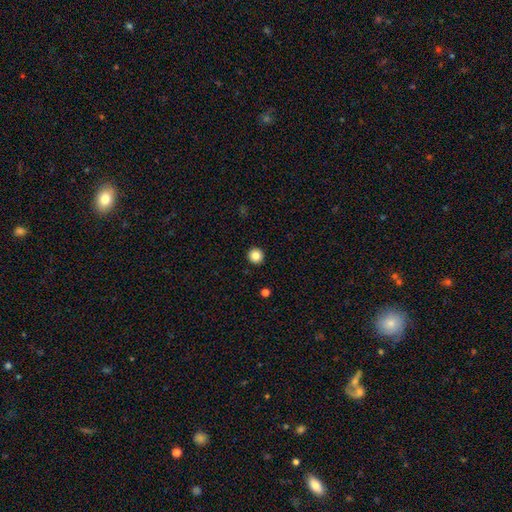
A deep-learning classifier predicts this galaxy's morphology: smooth 84%, star or artifact 11%, featured or disk 5%. Down the decision tree: how rounded — round (95%); merging — none (94%).